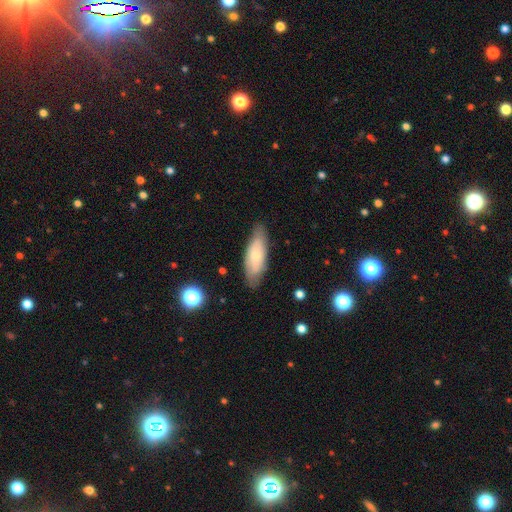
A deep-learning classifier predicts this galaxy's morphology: Smooth or featured: smooth — 67% (featured or disk — 27%)
How rounded: in between — 64% (cigar-shaped — 34%)
Merging: none — 79% (minor disturbance — 17%)